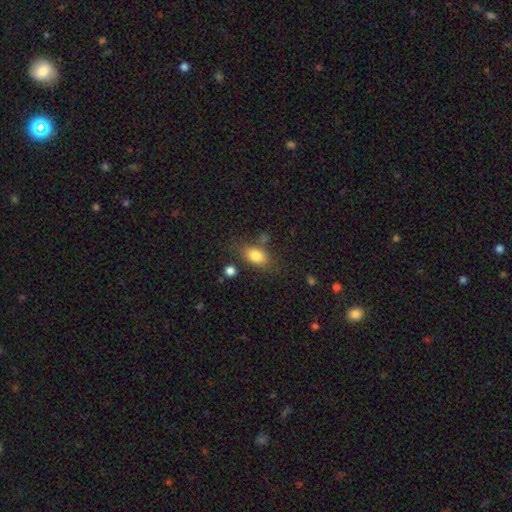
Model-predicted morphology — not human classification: A smooth galaxy with no disk features (81%) that is in between round and cigar-shaped (82%).

Vote fractions:
- Smooth or featured? smooth: 81% / featured or disk: 10% / star or artifact: 9%
- How rounded? in between: 82% / round: 14% / cigar-shaped: 3%
- Merging? none: 66% / minor disturbance: 19% / merger: 8% / major disturbance: 7%